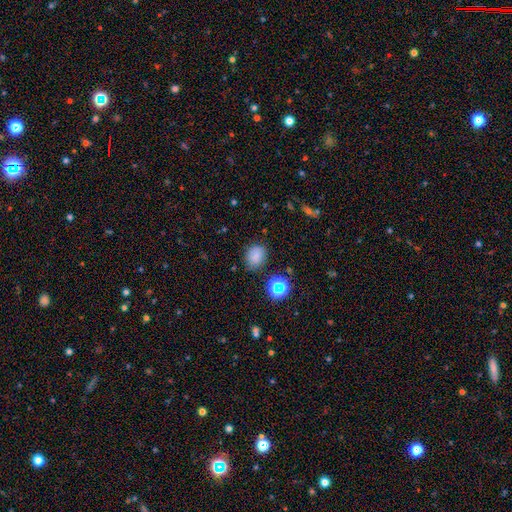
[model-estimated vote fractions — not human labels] Morphology: type=smooth (75%); roundness=in between (52%); merging=none (77%).